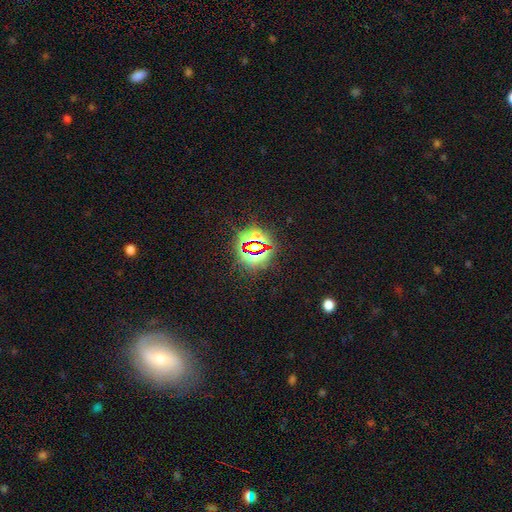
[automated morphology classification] star or artifact 79%, smooth 13%, featured or disk 8%.